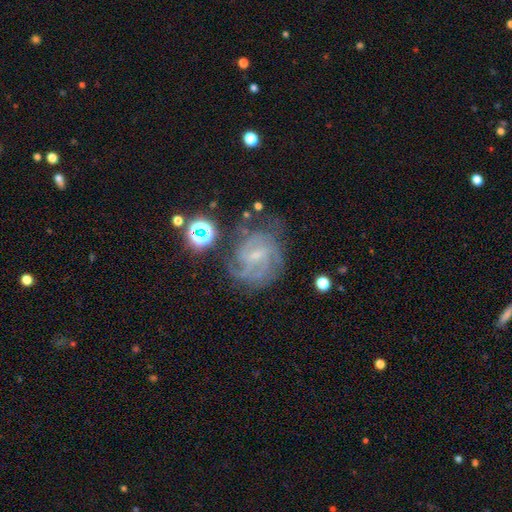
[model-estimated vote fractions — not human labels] Smooth or featured?
  - featured or disk: 79% *
  - smooth: 11%
  - star or artifact: 10%
Edge-on disk?
  - no: 98% *
  - yes: 2%
Bar?
  - weak: 56% *
  - no: 31%
  - strong: 13%
Spiral arms?
  - yes: 93% *
  - no: 7%
Spiral winding?
  - tight: 51% *
  - medium: 39%
  - loose: 10%
Spiral arm count?
  - can't tell: 33% *
  - 3: 25%
  - 2: 20%
  - 4: 12%
  - 1: 5%
  - more than 4: 5%
Bulge size?
  - small: 58% *
  - moderate: 20%
  - none: 19%
  - large: 1%
  - dominant: 1%
Merging?
  - none: 62% *
  - minor disturbance: 20%
  - major disturbance: 14%
  - merger: 4%